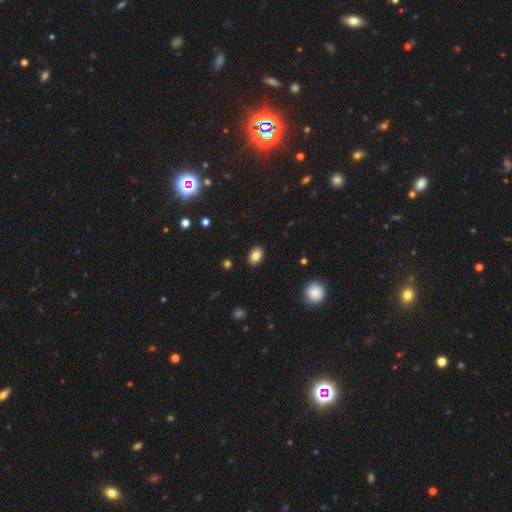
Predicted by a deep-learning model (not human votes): Q: Smooth or featured?
A: smooth (83%); runner-up: star or artifact (9%)
Q: How rounded?
A: in between (82%); runner-up: round (17%)
Q: Merging?
A: none (89%); runner-up: minor disturbance (8%)